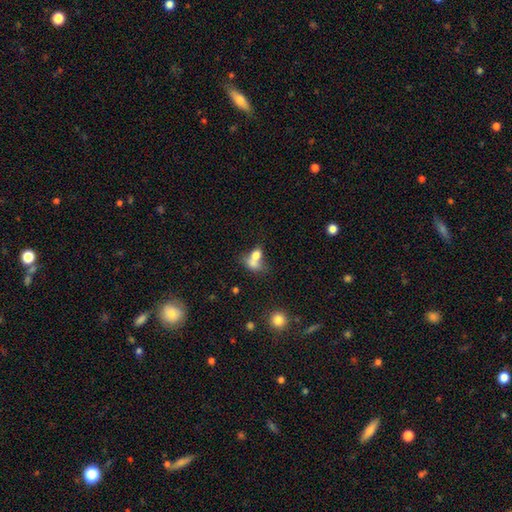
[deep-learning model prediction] Smooth or featured?
  - smooth: 72% *
  - featured or disk: 17%
  - star or artifact: 11%
How rounded?
  - in between: 66% *
  - round: 31%
  - cigar-shaped: 3%
Merging?
  - merger: 62% *
  - none: 20%
  - minor disturbance: 9%
  - major disturbance: 8%